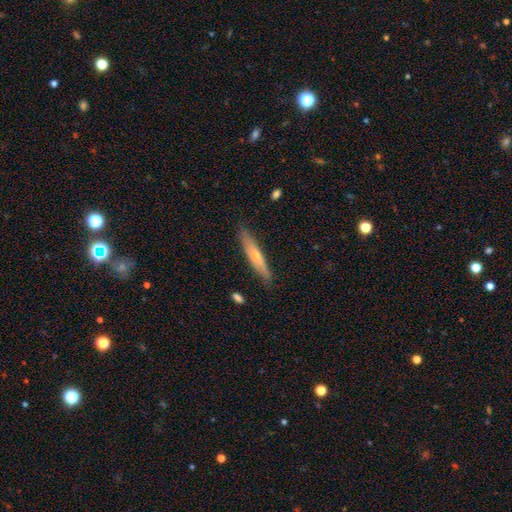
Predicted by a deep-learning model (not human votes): smooth-or-featured: featured or disk: 50% | smooth: 44% | star or artifact: 6%
  merging: none: 86% | minor disturbance: 10% | major disturbance: 2% | merger: 1%